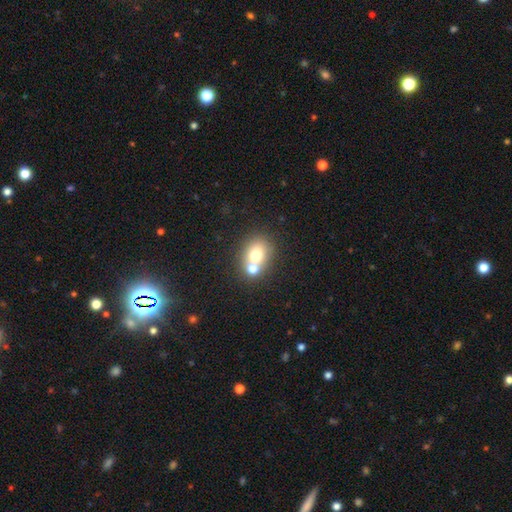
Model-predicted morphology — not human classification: smooth-or-featured: smooth: 70% | featured or disk: 18% | star or artifact: 12%
  how-rounded: round: 55% | in between: 43% | cigar-shaped: 1%
  merging: none: 45% | merger: 44% | minor disturbance: 8% | major disturbance: 3%